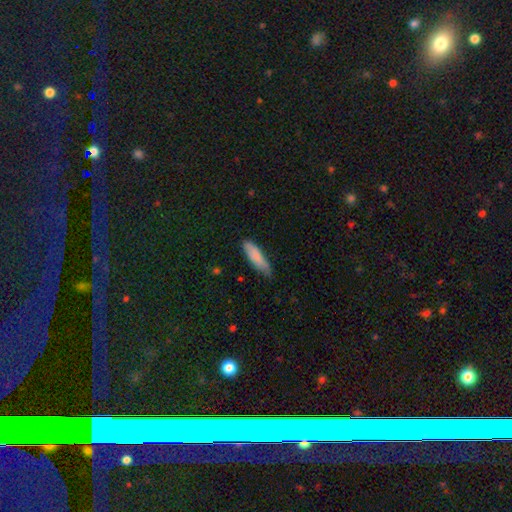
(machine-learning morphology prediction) Smooth or featured: smooth — 85% (featured or disk — 9%)
How rounded: cigar-shaped — 59% (in between — 39%)
Merging: none — 63% (minor disturbance — 30%)